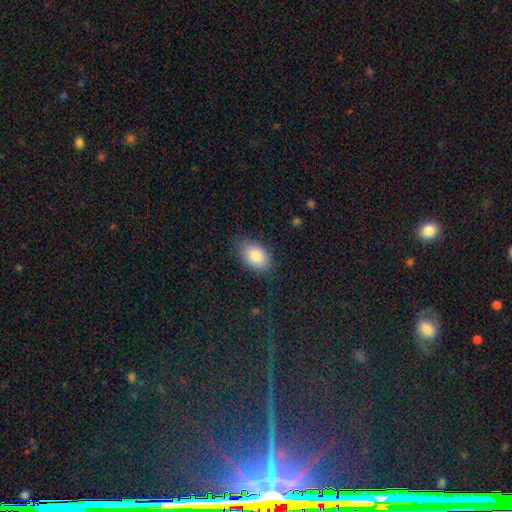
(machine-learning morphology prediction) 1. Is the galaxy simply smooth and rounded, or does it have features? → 86% smooth, 7% featured or disk, 7% star or artifact.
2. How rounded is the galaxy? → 87% in between, 12% round, 1% cigar-shaped.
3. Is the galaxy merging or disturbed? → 77% none, 18% minor disturbance, 4% major disturbance, 1% merger.